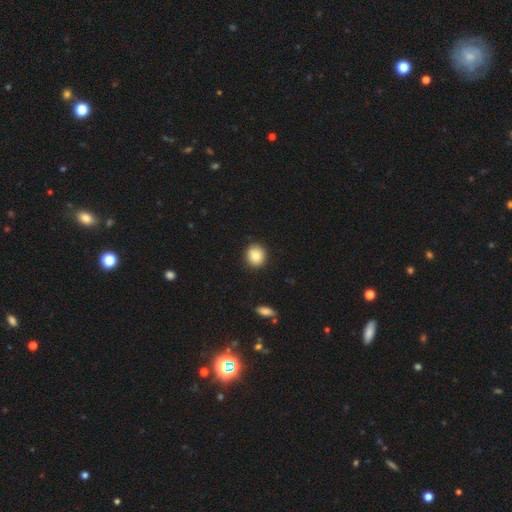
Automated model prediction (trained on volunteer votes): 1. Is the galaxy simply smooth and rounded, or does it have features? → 86% smooth, 8% star or artifact, 6% featured or disk.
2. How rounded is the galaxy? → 84% round, 15% in between, 1% cigar-shaped.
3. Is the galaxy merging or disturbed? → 89% none, 8% minor disturbance, 2% major disturbance, 1% merger.